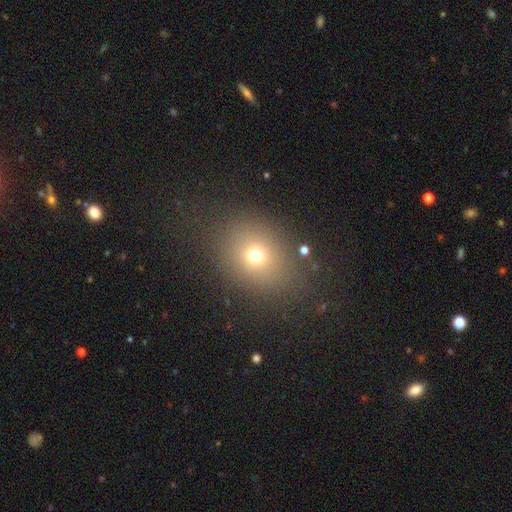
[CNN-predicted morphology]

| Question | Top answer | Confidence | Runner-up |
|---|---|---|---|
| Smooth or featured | smooth | 69% | star or artifact (20%) |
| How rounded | round | 63% | in between (36%) |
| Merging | none | 80% | minor disturbance (11%) |